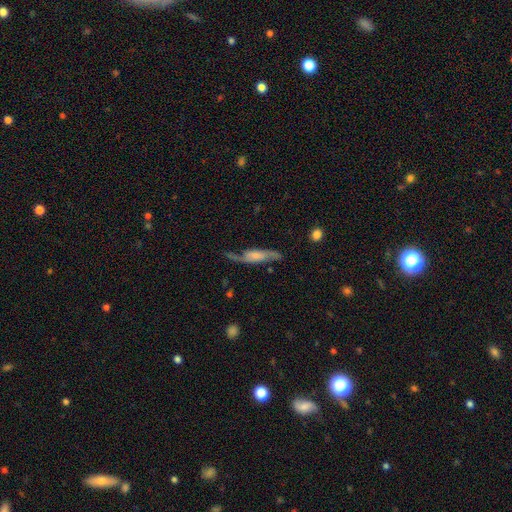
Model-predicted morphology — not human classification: smooth-or-featured: featured or disk: 71% | smooth: 23% | star or artifact: 6%
  disk-edge-on: no: 69% | yes: 31%
  merging: none: 59% | minor disturbance: 23% | major disturbance: 14% | merger: 3%